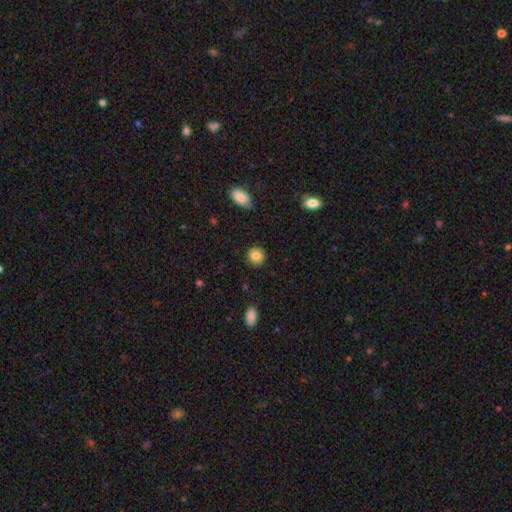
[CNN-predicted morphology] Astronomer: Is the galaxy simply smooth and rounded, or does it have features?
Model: smooth — 85%.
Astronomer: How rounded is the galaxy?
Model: round — 89%.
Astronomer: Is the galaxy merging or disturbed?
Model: none — 90%.